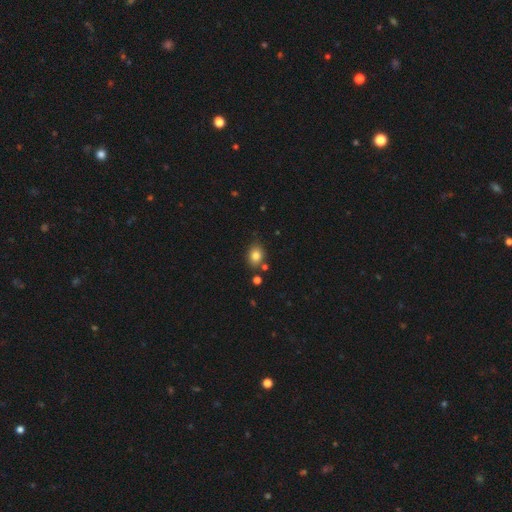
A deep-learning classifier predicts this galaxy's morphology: This appears to be a smooth galaxy with no disk features (82%) that is in between round and cigar-shaped (59%). Merging: none (76%).